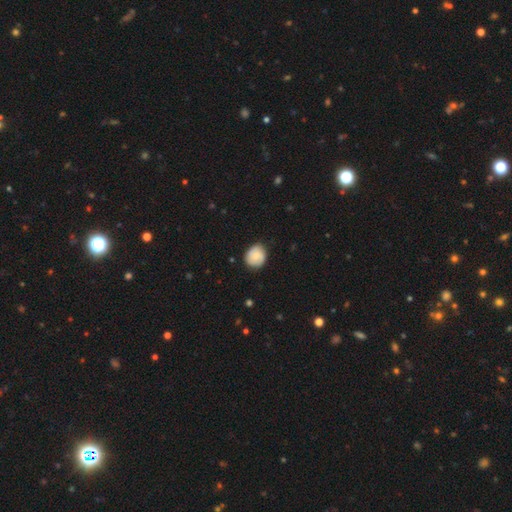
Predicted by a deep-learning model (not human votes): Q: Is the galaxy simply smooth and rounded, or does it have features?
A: smooth — 75%.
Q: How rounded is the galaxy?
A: round — 74%.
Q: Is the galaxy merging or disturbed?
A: none — 79%.